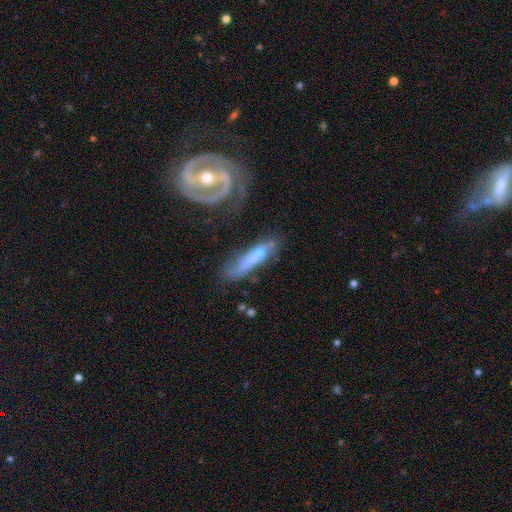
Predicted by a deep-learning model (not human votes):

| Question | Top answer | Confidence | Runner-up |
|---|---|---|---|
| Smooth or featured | featured or disk | 53% | smooth (40%) |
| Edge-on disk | no | 50% | tied: yes (50%) |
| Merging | none | 44% | minor disturbance (27%) |